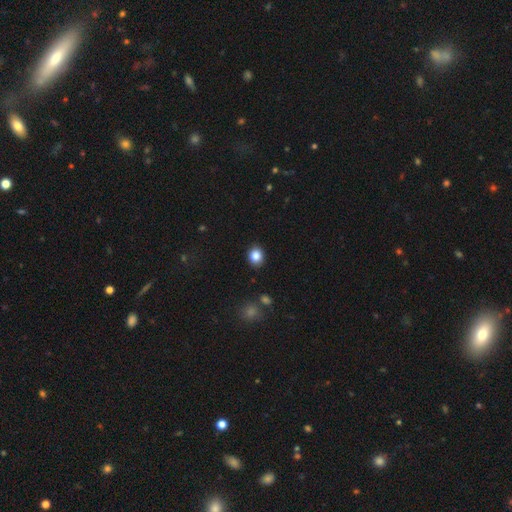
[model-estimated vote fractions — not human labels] The model was most divided on "how rounded": round: 66%, in between: 33%, cigar-shaped: 1%. More confident: merging — none (89%); smooth or featured — smooth (85%).